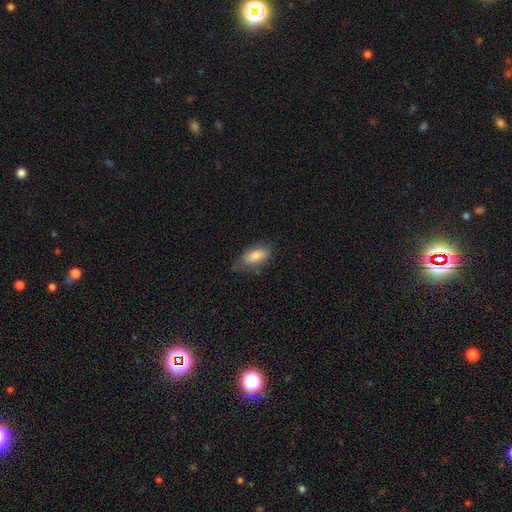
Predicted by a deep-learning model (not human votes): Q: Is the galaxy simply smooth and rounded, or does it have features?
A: smooth — 80%.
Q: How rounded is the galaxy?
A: in between — 86%.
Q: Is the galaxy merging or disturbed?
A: none — 65%.